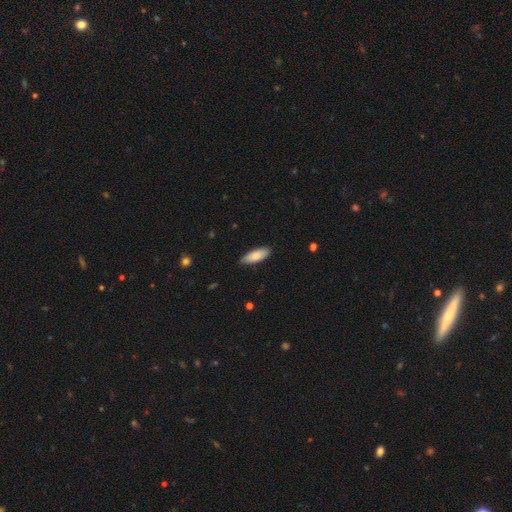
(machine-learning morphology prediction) Smooth or featured: smooth — 79% (featured or disk — 16%)
How rounded: in between — 71% (cigar-shaped — 27%)
Merging: none — 84% (minor disturbance — 13%)